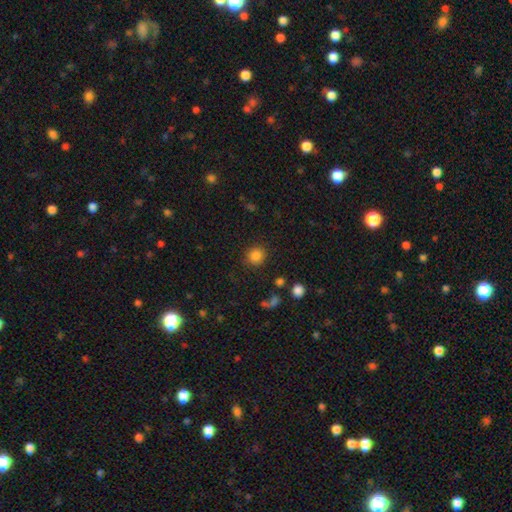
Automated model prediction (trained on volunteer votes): This appears to be a smooth galaxy with no disk features (84%) that is round (90%). Merging: none (88%).